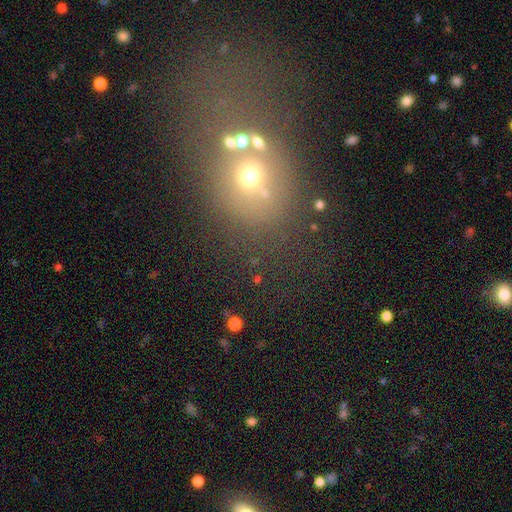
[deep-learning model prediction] smooth-or-featured: smooth: 46% | star or artifact: 35% | featured or disk: 19%
  merging: none: 44% | merger: 32% | minor disturbance: 13% | major disturbance: 11%